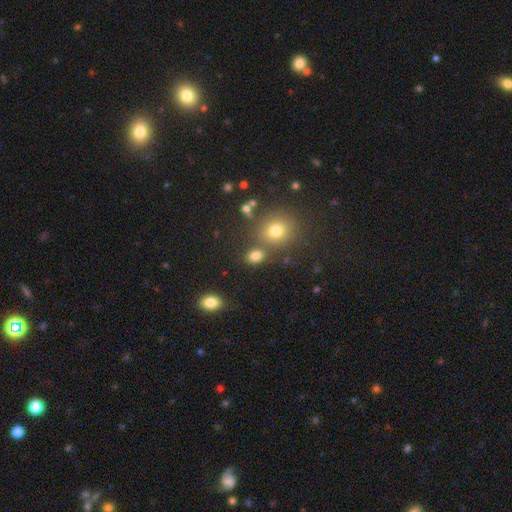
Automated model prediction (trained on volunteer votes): A smooth galaxy with no disk features (78%) that is in between round and cigar-shaped (59%). Merging: none (67%).